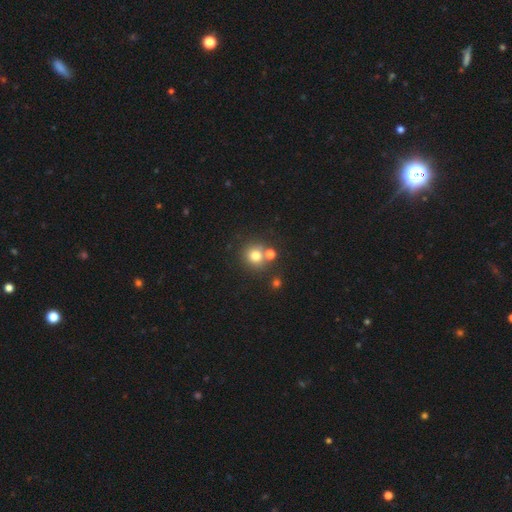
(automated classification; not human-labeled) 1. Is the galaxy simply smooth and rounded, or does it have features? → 76% smooth, 15% star or artifact, 10% featured or disk.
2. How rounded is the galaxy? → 90% round, 9% in between, 1% cigar-shaped.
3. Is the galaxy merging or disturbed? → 66% none, 22% merger, 8% minor disturbance, 3% major disturbance.